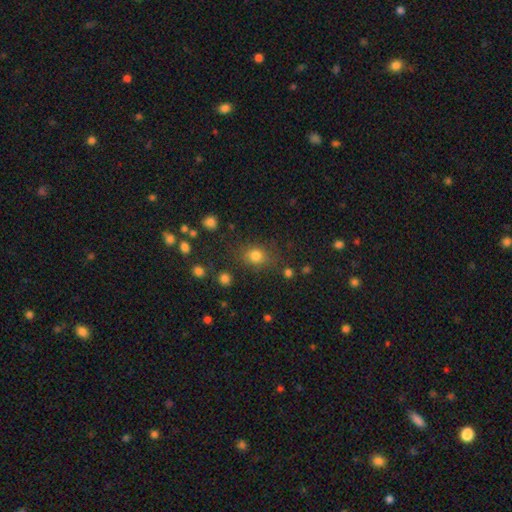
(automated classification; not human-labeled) Morphology: type=smooth (79%); roundness=round (65%); merging=none (77%).